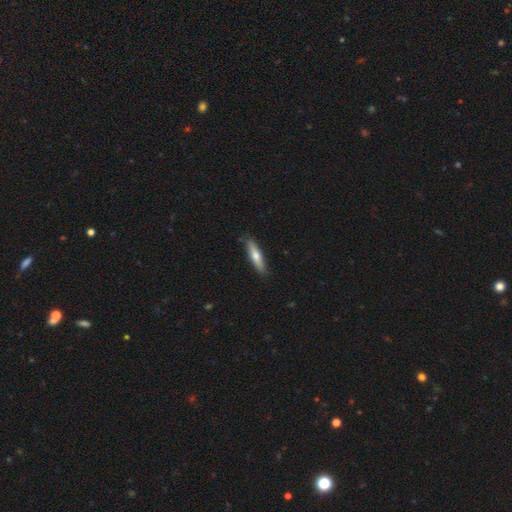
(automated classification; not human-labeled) smooth_or_featured: smooth (p=0.59) [alt: featured or disk p=0.35]
how_rounded: cigar-shaped (p=0.80) [alt: in between p=0.18]
merging: none (p=0.86) [alt: minor disturbance p=0.11]